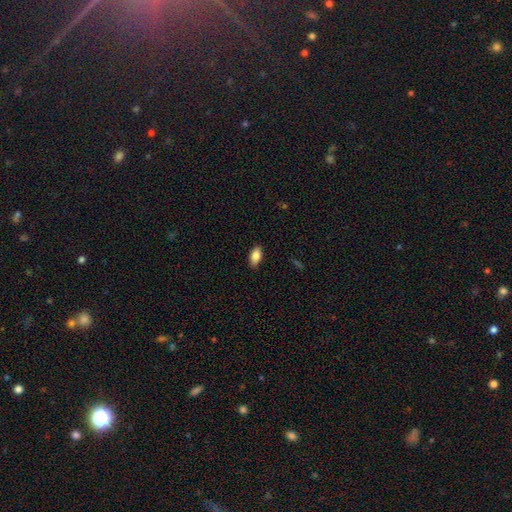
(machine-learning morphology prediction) smooth 86%, featured or disk 7%, star or artifact 7%. Down the decision tree: how rounded — in between (91%); merging — none (87%).